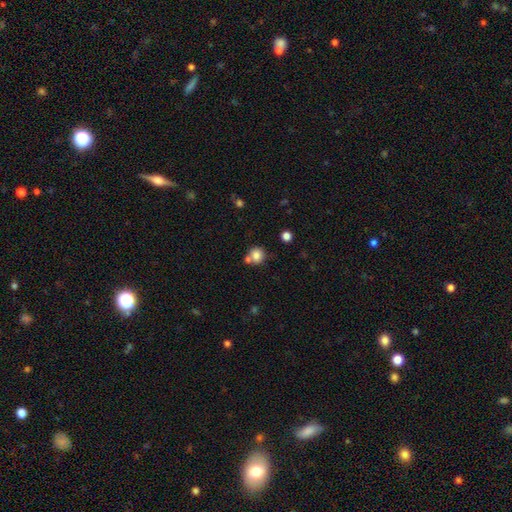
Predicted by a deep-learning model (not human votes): The model was most divided on "merging": none: 60%, merger: 26%, minor disturbance: 11%, major disturbance: 4%. More confident: how rounded — round (89%); smooth or featured — smooth (82%).